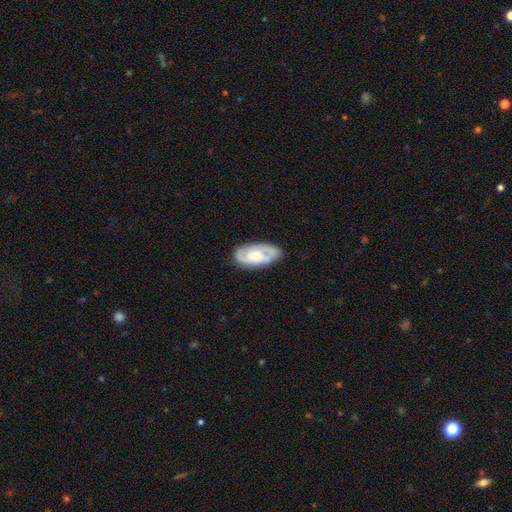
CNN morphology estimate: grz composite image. It shows a featured or disk galaxy (69%) with no bar (70%), 2 (59%) tight (47%) spiral arms (86%) and a moderate central bulge (49%). Merging: none (76%).